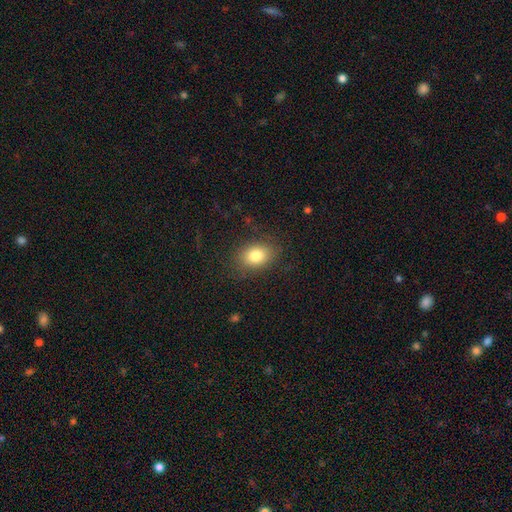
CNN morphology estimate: type=smooth (81%); roundness=in between (69%); merging=none (83%).